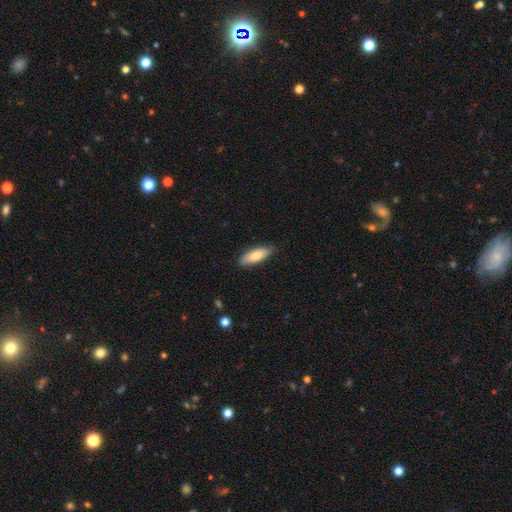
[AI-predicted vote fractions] Smooth or featured? smooth (78%)
How rounded? in between (61%)
Merging? none (85%)